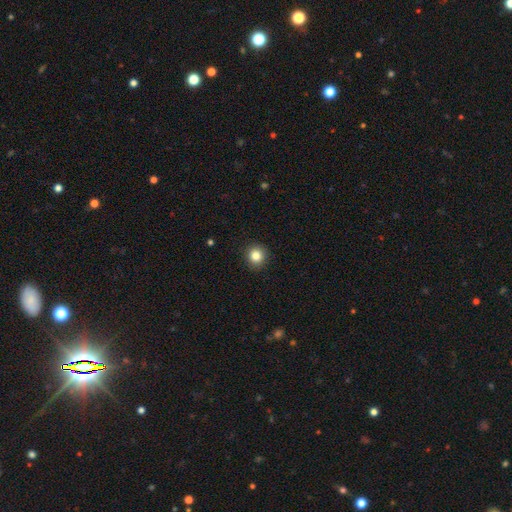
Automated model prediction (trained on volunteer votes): This appears to be a smooth galaxy with no disk features (84%) that is round (89%). Merging: none (91%).